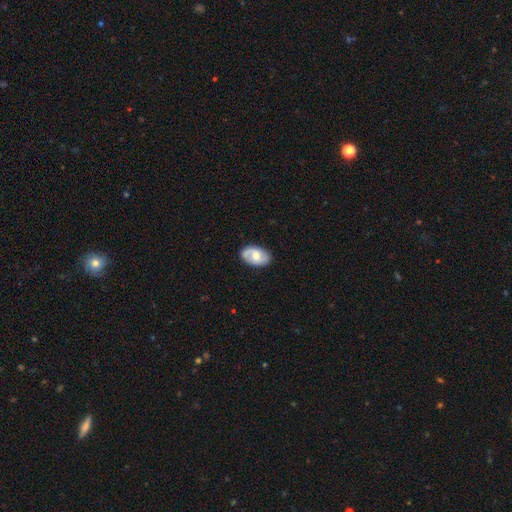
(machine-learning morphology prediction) Smooth or featured?
  - featured or disk: 56% *
  - smooth: 38%
  - star or artifact: 6%
Edge-on disk?
  - no: 95% *
  - yes: 5%
Bar?
  - no: 59% *
  - weak: 33%
  - strong: 8%
Spiral arms?
  - yes: 76% *
  - no: 24%
Bulge size?
  - moderate: 70% *
  - small: 19%
  - large: 7%
  - none: 2%
  - dominant: 1%
Merging?
  - none: 83% *
  - minor disturbance: 13%
  - major disturbance: 3%
  - merger: 1%